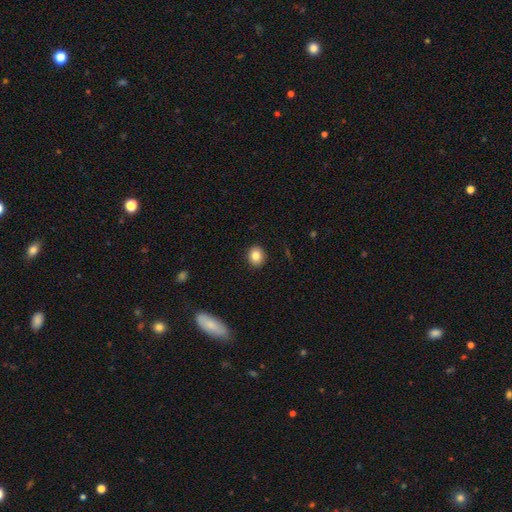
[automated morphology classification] This appears to be a smooth galaxy with no disk features (83%) that is round (72%). Merging: none (91%).